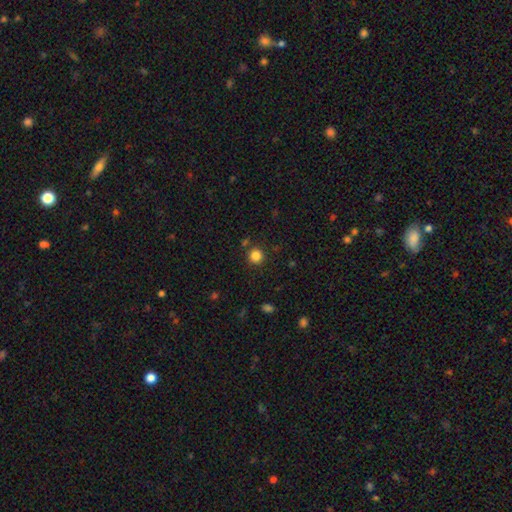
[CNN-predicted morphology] smooth-or-featured: smooth: 84% | star or artifact: 12% | featured or disk: 4%
  how-rounded: round: 94% | in between: 5% | cigar-shaped: 1%
  merging: none: 87% | minor disturbance: 6% | merger: 4% | major disturbance: 2%